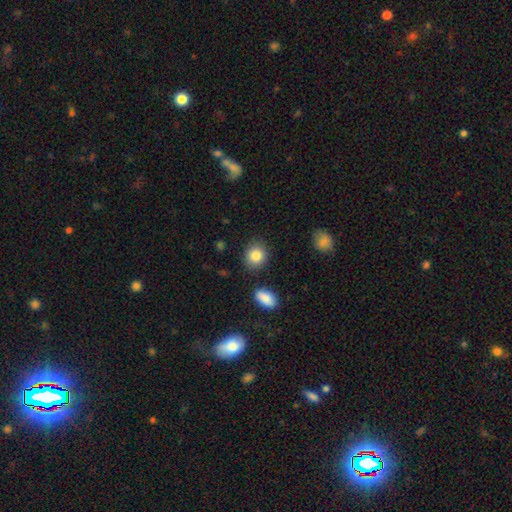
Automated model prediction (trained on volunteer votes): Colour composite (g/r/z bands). It shows a smooth galaxy with no disk features (85%) that is round (69%). Merging: none (85%).